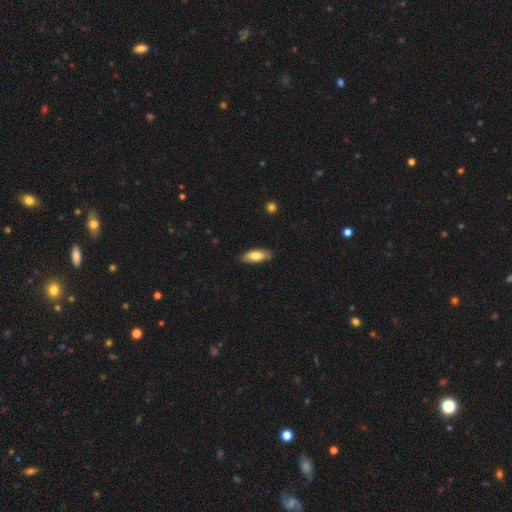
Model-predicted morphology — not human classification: Overall: smooth (78%). How rounded: in between (77%). Merging: none (83%).